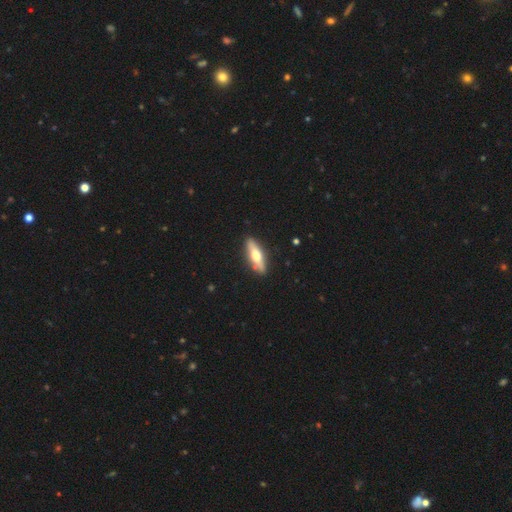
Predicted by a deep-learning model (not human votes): A smooth galaxy with no disk features (49%). Merging: none (87%).